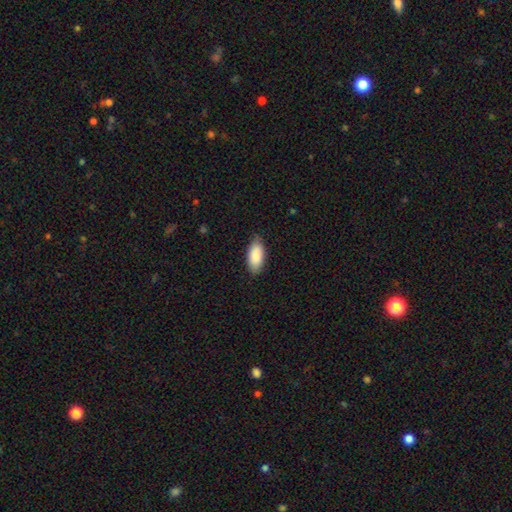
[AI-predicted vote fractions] Overall: smooth (88%). How rounded: in between (91%). Merging: none (80%).